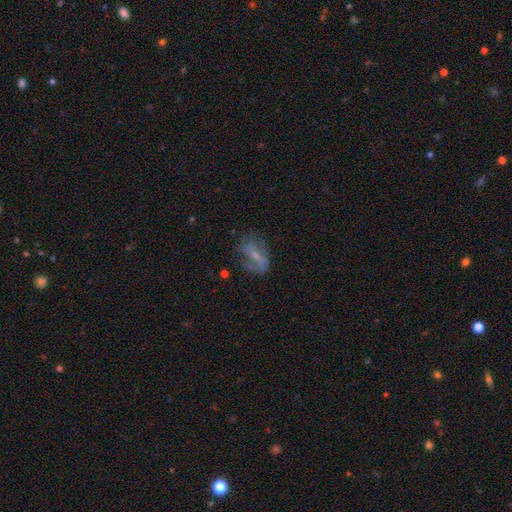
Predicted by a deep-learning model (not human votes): Smooth or featured? Predicted: featured or disk (p=0.53). Edge-on disk? Predicted: no (p=0.90). Merging? Predicted: none (p=0.47).